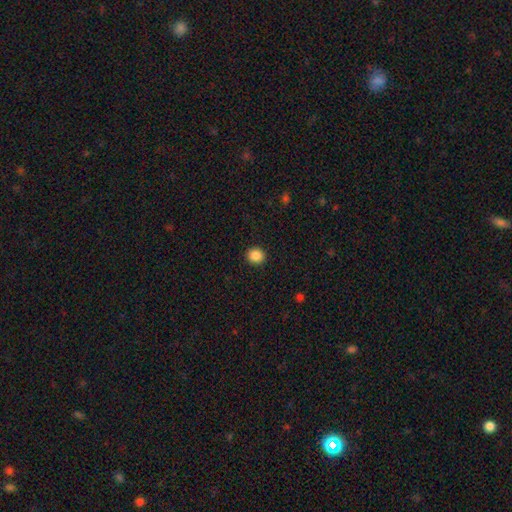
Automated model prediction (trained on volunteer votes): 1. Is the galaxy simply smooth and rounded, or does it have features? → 87% smooth, 9% star or artifact, 3% featured or disk.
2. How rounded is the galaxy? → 83% round, 16% in between, 1% cigar-shaped.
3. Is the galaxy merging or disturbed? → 92% none, 5% minor disturbance, 2% major disturbance, 1% merger.